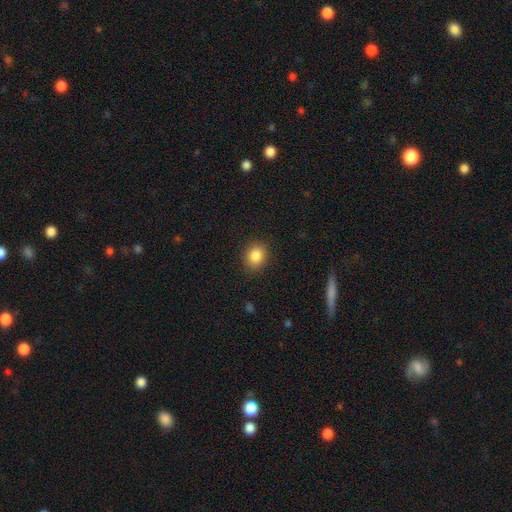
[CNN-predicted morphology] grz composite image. It shows a smooth galaxy with no disk features (85%) that is round (66%). Merging: none (87%).